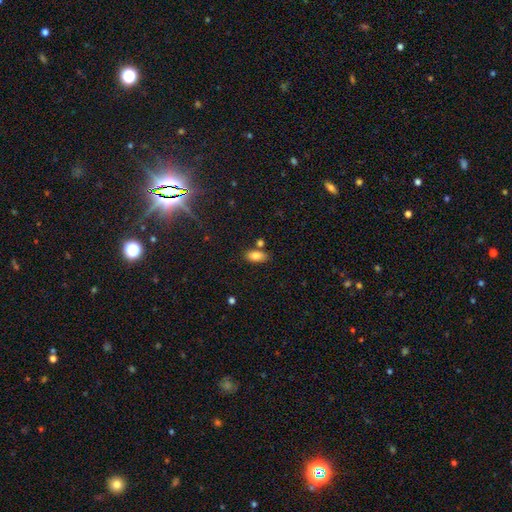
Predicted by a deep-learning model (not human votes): The model was most divided on "merging": none: 73%, minor disturbance: 13%, merger: 11%, major disturbance: 3%. More confident: how rounded — in between (91%); smooth or featured — smooth (83%).